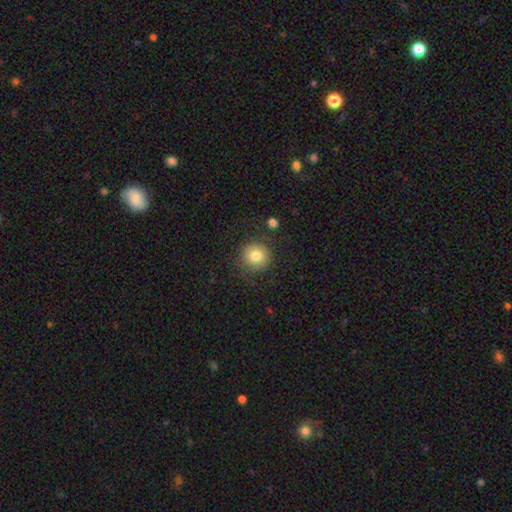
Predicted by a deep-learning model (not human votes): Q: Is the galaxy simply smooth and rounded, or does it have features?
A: smooth — 81%.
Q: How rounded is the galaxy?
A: round — 91%.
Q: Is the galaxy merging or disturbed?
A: none — 82%.